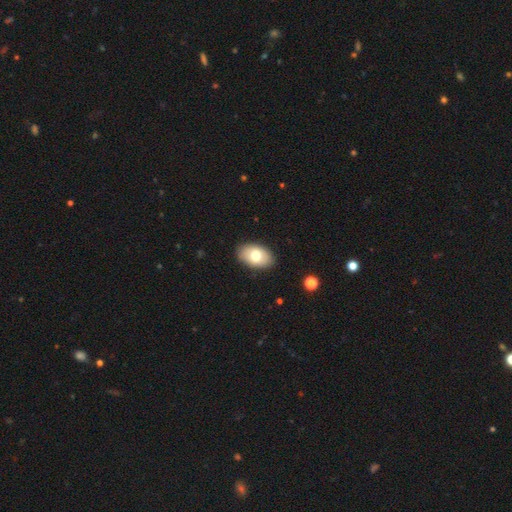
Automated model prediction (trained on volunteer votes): Smooth or featured?
  - smooth: 72% *
  - featured or disk: 21%
  - star or artifact: 7%
How rounded?
  - in between: 90% *
  - round: 8%
  - cigar-shaped: 1%
Merging?
  - none: 87% *
  - minor disturbance: 10%
  - major disturbance: 2%
  - merger: 1%